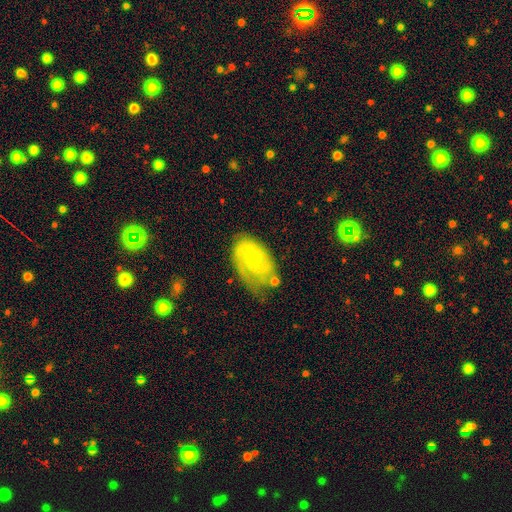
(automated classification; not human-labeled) Smooth or featured? featured or disk (76%)
Edge-on disk? no (97%)
Bar? no (62%)
Spiral arms? yes (93%)
Spiral winding? tight (48%)
Spiral arm count? 2 (63%)
Bulge size? small (62%)
Merging? none (59%)